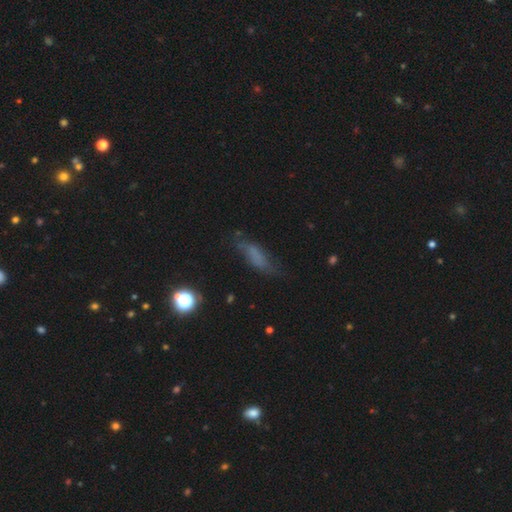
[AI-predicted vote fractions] Smooth or featured: smooth — 57% (featured or disk — 28%)
How rounded: in between — 53% (cigar-shaped — 43%)
Merging: none — 58% (minor disturbance — 25%)